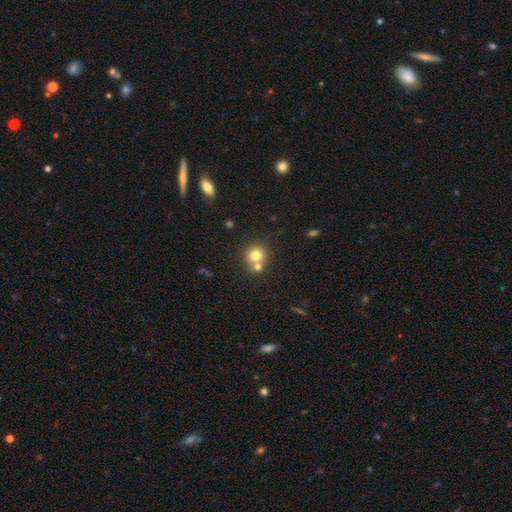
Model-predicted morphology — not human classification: Overall: smooth (76%). How rounded: round (87%). Merging: none (57%; merger 33%).